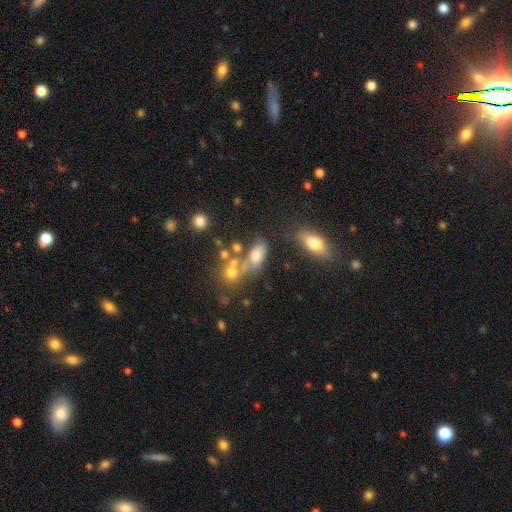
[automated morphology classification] Smooth or featured? smooth (62%)
How rounded? in between (76%)
Merging? merger (38%)